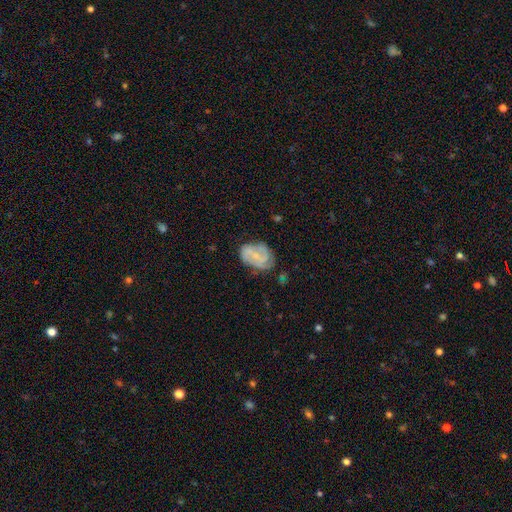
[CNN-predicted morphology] Smooth or featured? featured or disk (73%)
Edge-on disk? no (97%)
Bar? weak (44%)
Spiral arms? yes (91%)
Spiral winding? medium (43%)
Spiral arm count? 2 (47%)
Bulge size? small (66%)
Merging? none (60%)